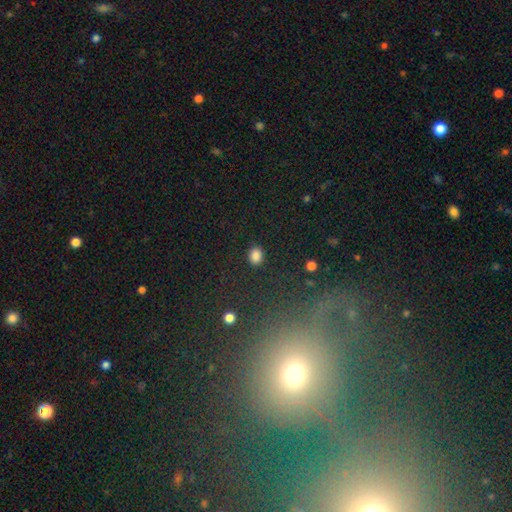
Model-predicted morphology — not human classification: Smooth or featured: smooth — 85% (star or artifact — 11%)
How rounded: in between — 51% (round — 48%)
Merging: none — 87% (minor disturbance — 9%)